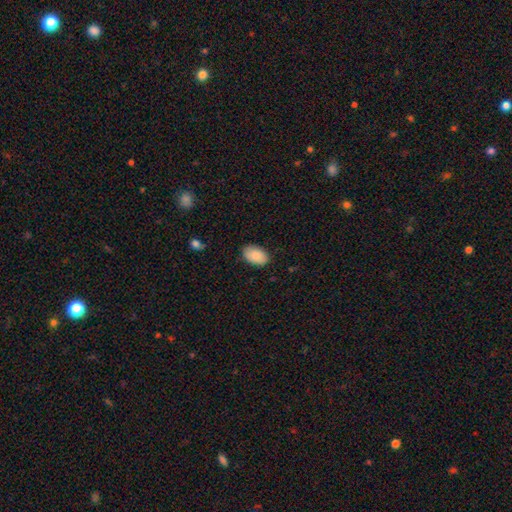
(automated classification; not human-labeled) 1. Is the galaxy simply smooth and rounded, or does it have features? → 86% smooth, 7% featured or disk, 6% star or artifact.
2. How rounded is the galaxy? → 92% in between, 7% round, 1% cigar-shaped.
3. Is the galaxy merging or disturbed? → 86% none, 11% minor disturbance, 2% major disturbance, 1% merger.